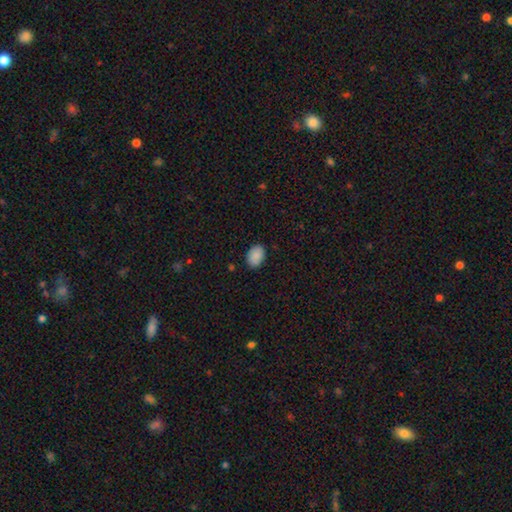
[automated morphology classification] A smooth galaxy with no disk features (90%) that is in between round and cigar-shaped (82%).

Vote fractions:
- Smooth or featured? smooth: 90% / star or artifact: 7% / featured or disk: 3%
- How rounded? in between: 82% / round: 17% / cigar-shaped: 1%
- Merging? none: 86% / minor disturbance: 10% / major disturbance: 2% / merger: 1%